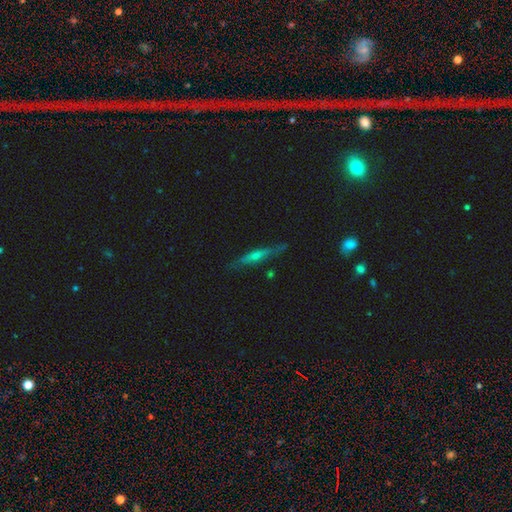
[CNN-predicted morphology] A featured or disk galaxy (64%) viewed edge-on (92%) with a rounded central bulge (67%).

Vote fractions:
- Smooth or featured? featured or disk: 64% / smooth: 26% / star or artifact: 10%
- Edge-on disk? yes: 92% / no: 8%
- Edge-on bulge? rounded: 67% / none: 23% / boxy: 10%
- Merging? none: 81% / minor disturbance: 14% / major disturbance: 3% / merger: 2%